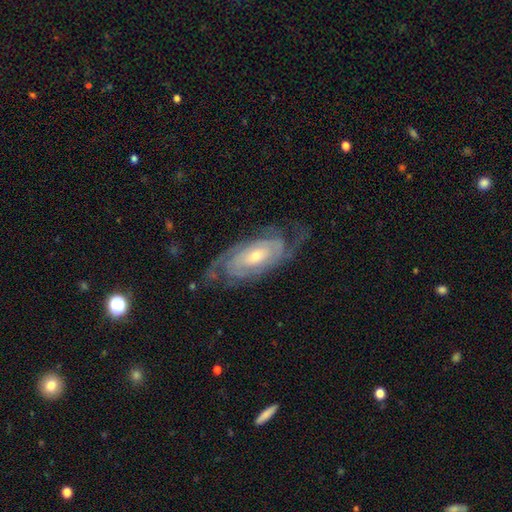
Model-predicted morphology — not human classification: Overall: featured or disk (87%). Edge-on disk: no (93%). Bar: no (62%; weak 28%). Spiral arms: yes (95%). Spiral arm count: 2 (46%; can't tell 26%). Spiral winding: tight (68%). Bulge size: small (53%; moderate 42%). Merging: none (71%).